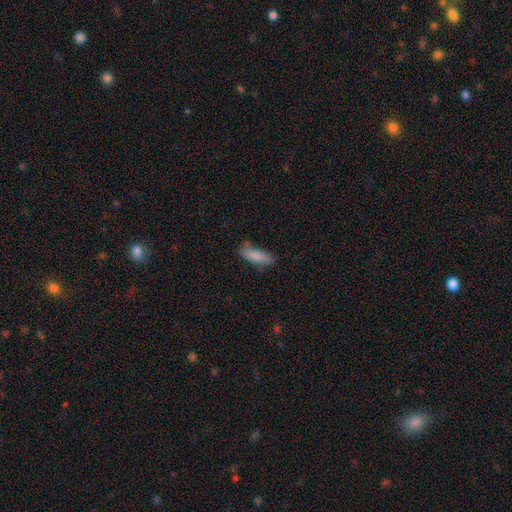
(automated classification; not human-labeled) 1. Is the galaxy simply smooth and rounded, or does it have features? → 85% smooth, 9% featured or disk, 7% star or artifact.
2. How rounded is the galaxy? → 51% in between, 48% cigar-shaped, 2% round.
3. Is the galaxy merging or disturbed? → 68% none, 22% minor disturbance, 5% major disturbance, 5% merger.